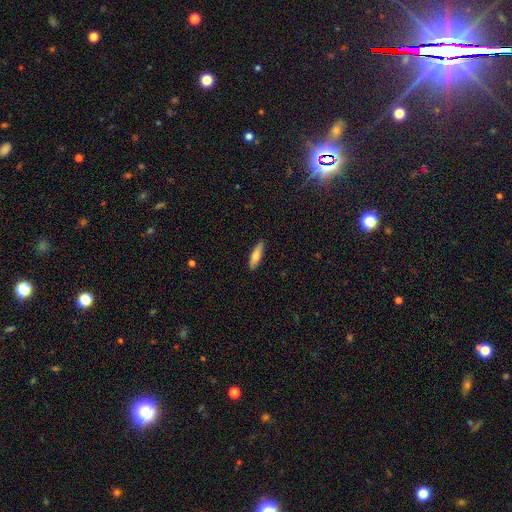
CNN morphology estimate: Smooth or featured?
  - smooth: 73% *
  - featured or disk: 21%
  - star or artifact: 6%
How rounded?
  - cigar-shaped: 60% *
  - in between: 38%
  - round: 2%
Merging?
  - none: 88% *
  - minor disturbance: 10%
  - major disturbance: 2%
  - merger: 1%